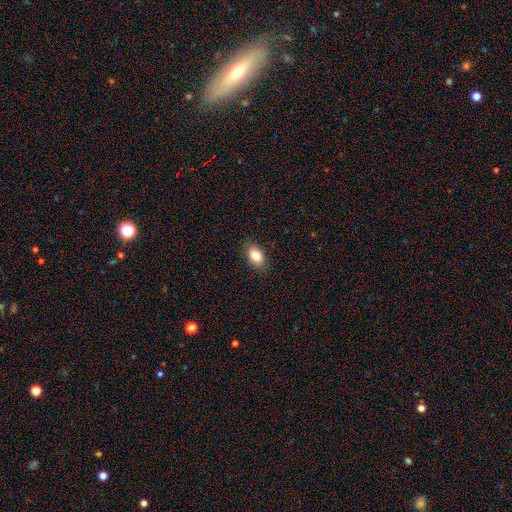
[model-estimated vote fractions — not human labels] Q: Smooth or featured?
A: smooth (83%); runner-up: featured or disk (9%)
Q: How rounded?
A: in between (88%); runner-up: round (11%)
Q: Merging?
A: none (87%); runner-up: minor disturbance (10%)